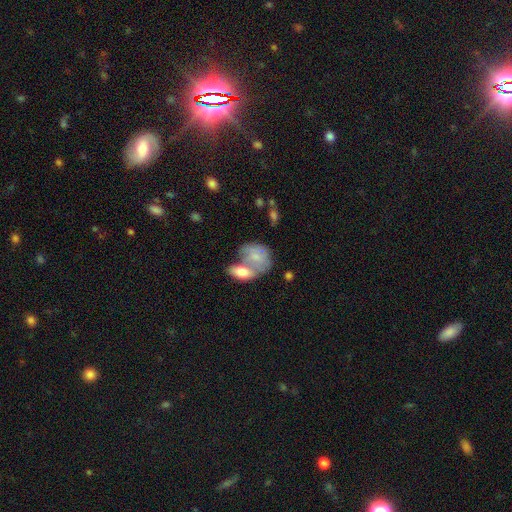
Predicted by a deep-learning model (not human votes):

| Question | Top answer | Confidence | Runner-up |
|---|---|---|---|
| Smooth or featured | smooth | 65% | featured or disk (28%) |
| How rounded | in between | 66% | round (31%) |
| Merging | merger | 55% | none (22%) |